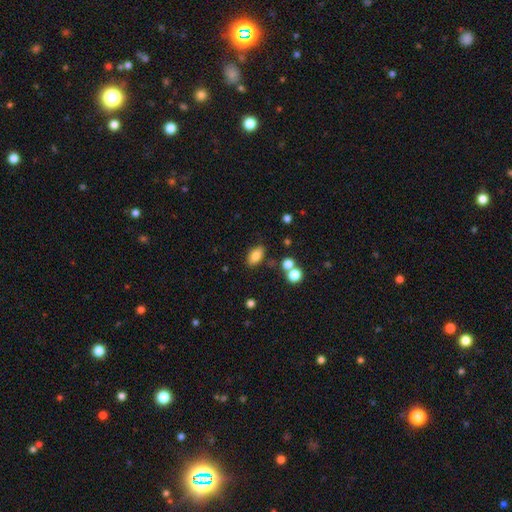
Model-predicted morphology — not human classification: Smooth or featured? Predicted: smooth (p=0.79). How rounded? Predicted: in between (p=0.87). Merging? Predicted: none (p=0.81).